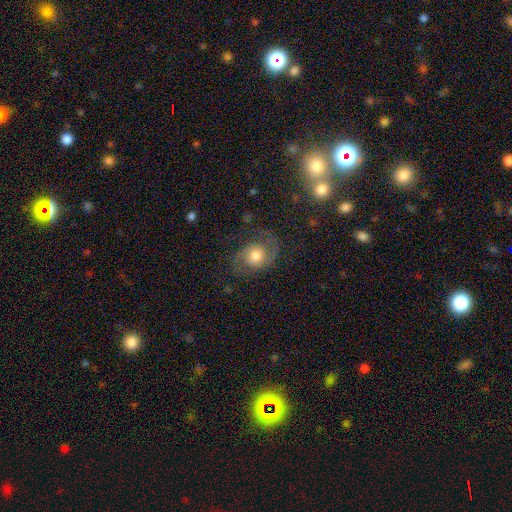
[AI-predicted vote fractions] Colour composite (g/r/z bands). It shows a featured or disk galaxy (59%) with no bar (75%), spiral arms (86%) and a moderate central bulge (59%). Merging: none (63%).